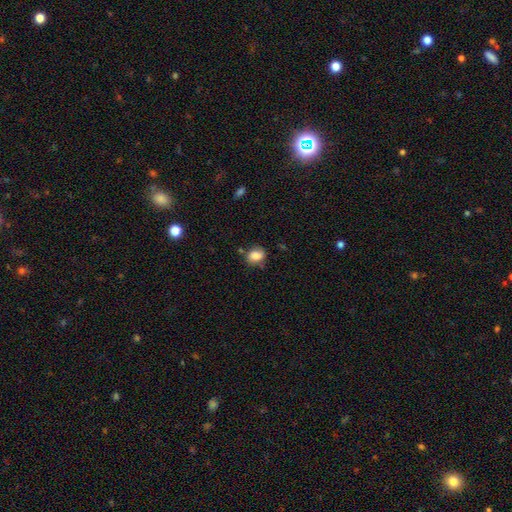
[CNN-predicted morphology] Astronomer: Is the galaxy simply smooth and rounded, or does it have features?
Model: smooth — 81%.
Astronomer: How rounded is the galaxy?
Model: in between — 54% (runner-up: round, 45%).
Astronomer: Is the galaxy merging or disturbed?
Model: none — 65%.